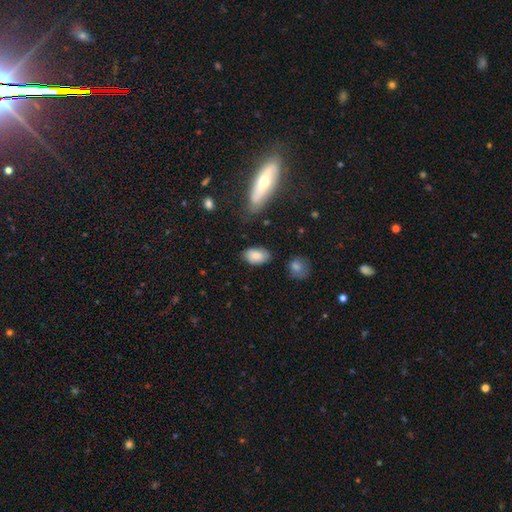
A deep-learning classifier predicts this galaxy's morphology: A smooth galaxy with no disk features (83%) that is in between round and cigar-shaped (91%).

Vote fractions:
- Smooth or featured? smooth: 83% / featured or disk: 10% / star or artifact: 8%
- How rounded? in between: 91% / round: 7% / cigar-shaped: 2%
- Merging? none: 73% / minor disturbance: 19% / major disturbance: 5% / merger: 3%